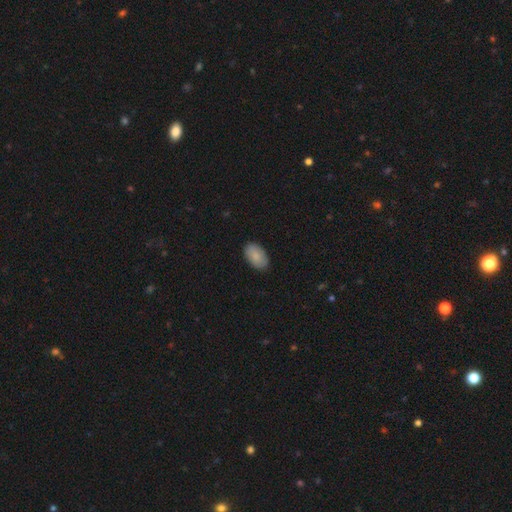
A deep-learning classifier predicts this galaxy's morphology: The model was most divided on "merging": none: 87%, minor disturbance: 10%, major disturbance: 2%, merger: 1%. More confident: how rounded — in between (93%); smooth or featured — smooth (87%).